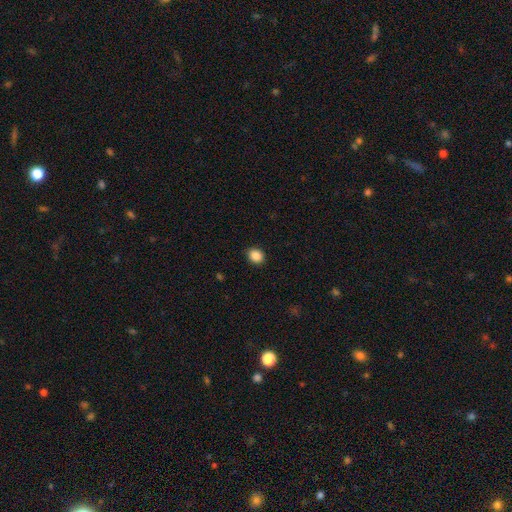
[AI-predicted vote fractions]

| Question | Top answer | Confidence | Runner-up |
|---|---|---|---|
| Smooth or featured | smooth | 87% | star or artifact (9%) |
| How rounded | round | 60% | in between (39%) |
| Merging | none | 90% | minor disturbance (7%) |